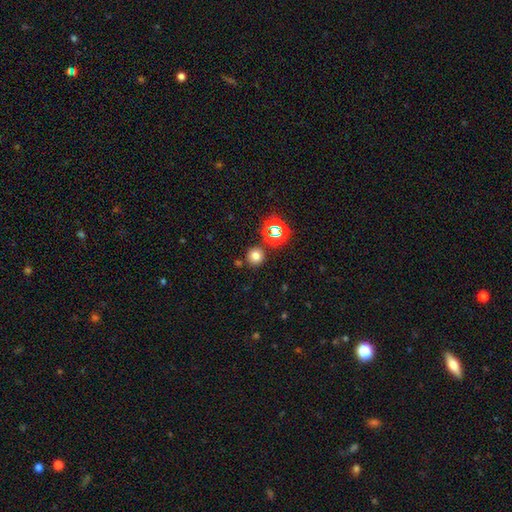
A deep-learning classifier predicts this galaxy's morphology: Smooth or featured?
  - smooth: 70% *
  - star or artifact: 22%
  - featured or disk: 8%
How rounded?
  - round: 92% *
  - in between: 7%
  - cigar-shaped: 1%
Merging?
  - none: 82% *
  - minor disturbance: 7%
  - merger: 7%
  - major disturbance: 3%